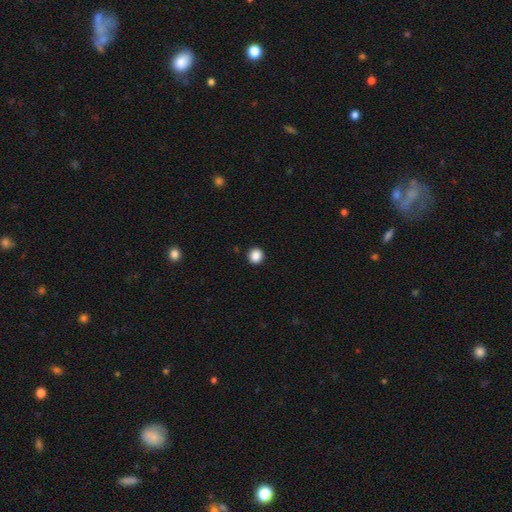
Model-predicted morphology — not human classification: This is clearly a smooth galaxy (88%). How rounded: clearly round (91%). Merging: clearly none (93%).